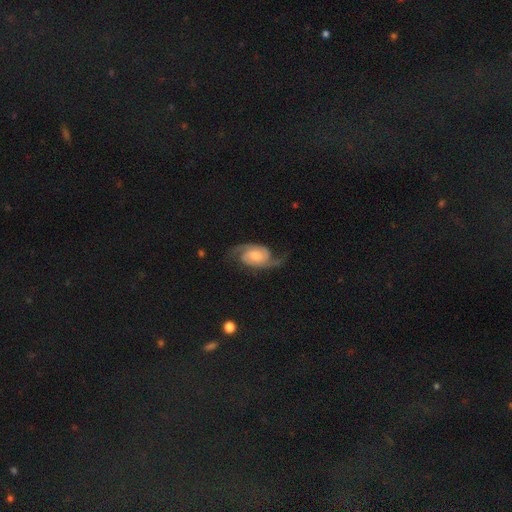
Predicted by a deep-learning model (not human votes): Smooth or featured?
  - featured or disk: 88% *
  - smooth: 8%
  - star or artifact: 5%
Edge-on disk?
  - no: 97% *
  - yes: 3%
Bar?
  - no: 60% *
  - weak: 33%
  - strong: 7%
Spiral arms?
  - yes: 98% *
  - no: 2%
Spiral winding?
  - medium: 49% *
  - loose: 27%
  - tight: 25%
Spiral arm count?
  - 2: 92% *
  - can't tell: 3%
  - 3: 2%
  - 1: 1%
  - 4: 1%
  - more than 4: 1%
Bulge size?
  - moderate: 45% *
  - small: 29%
  - large: 14%
  - none: 10%
  - dominant: 2%
Merging?
  - none: 72% *
  - minor disturbance: 17%
  - major disturbance: 10%
  - merger: 1%